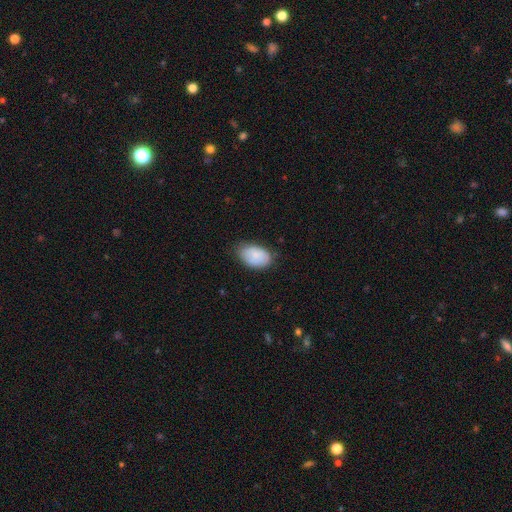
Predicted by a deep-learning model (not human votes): smooth-or-featured: smooth: 84% | featured or disk: 9% | star or artifact: 7%
  how-rounded: in between: 92% | round: 7% | cigar-shaped: 1%
  merging: none: 71% | minor disturbance: 23% | major disturbance: 4% | merger: 1%